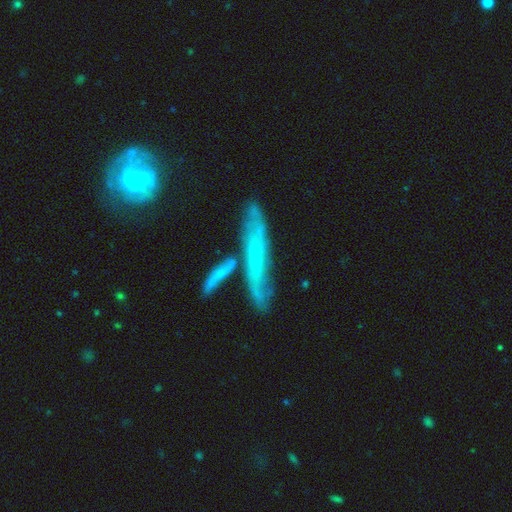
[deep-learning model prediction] smooth-or-featured: featured or disk: 60% | smooth: 32% | star or artifact: 8%
  disk-edge-on: yes: 59% | no: 41%
  merging: none: 60% | minor disturbance: 18% | merger: 15% | major disturbance: 7%